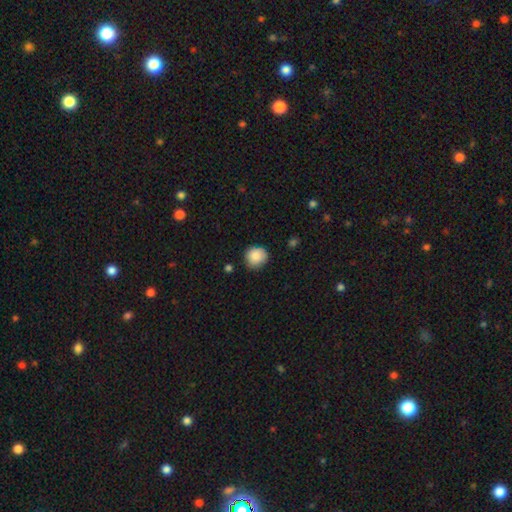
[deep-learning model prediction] This is clearly a smooth galaxy (86%). How rounded: clearly round (85%). Merging: likely none (79%).